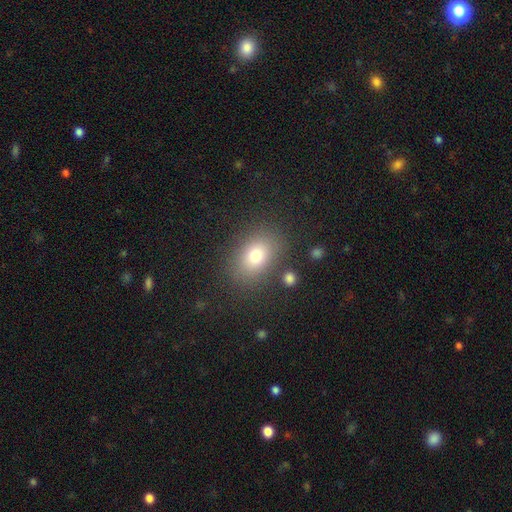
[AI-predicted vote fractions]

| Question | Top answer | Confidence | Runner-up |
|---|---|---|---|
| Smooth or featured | smooth | 76% | star or artifact (12%) |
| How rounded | in between | 72% | round (27%) |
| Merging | none | 83% | minor disturbance (10%) |